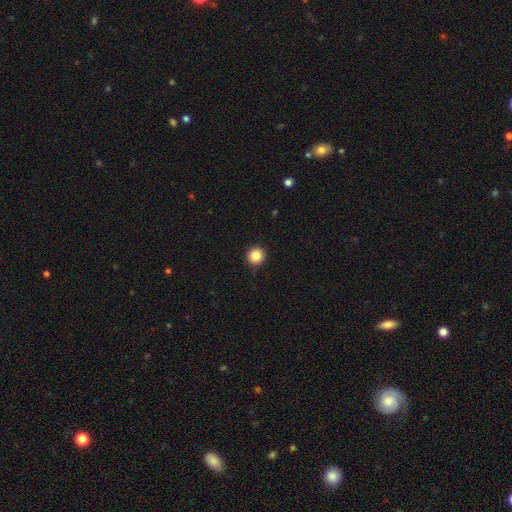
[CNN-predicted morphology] A smooth galaxy with no disk features (86%) that is round (95%). Merging: none (91%).